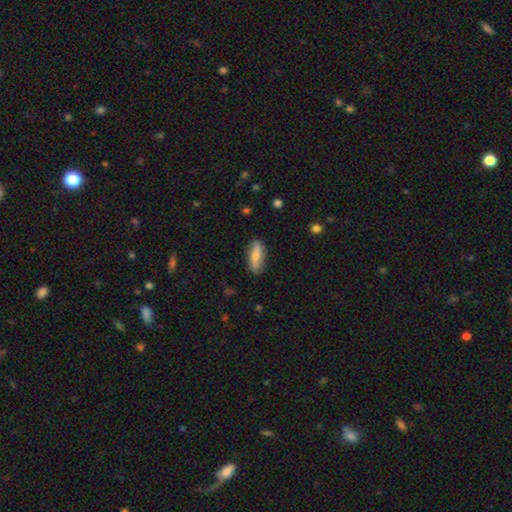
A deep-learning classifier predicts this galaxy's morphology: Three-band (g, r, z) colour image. It shows a smooth galaxy with no disk features (68%) that is in between round and cigar-shaped (58%). Merging: none (82%).